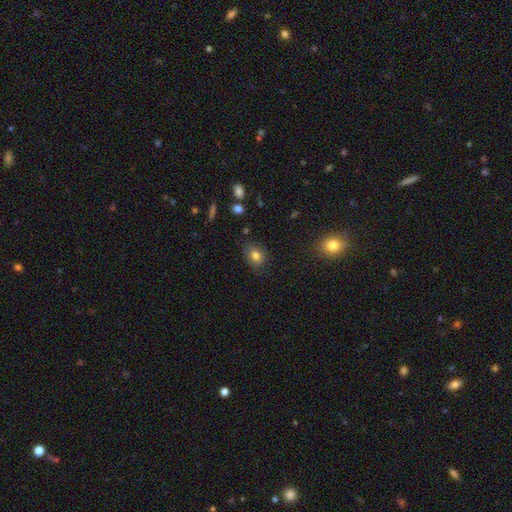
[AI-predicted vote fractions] Smooth or featured: smooth — 79% (star or artifact — 11%)
How rounded: in between — 65% (round — 34%)
Merging: none — 73% (minor disturbance — 21%)